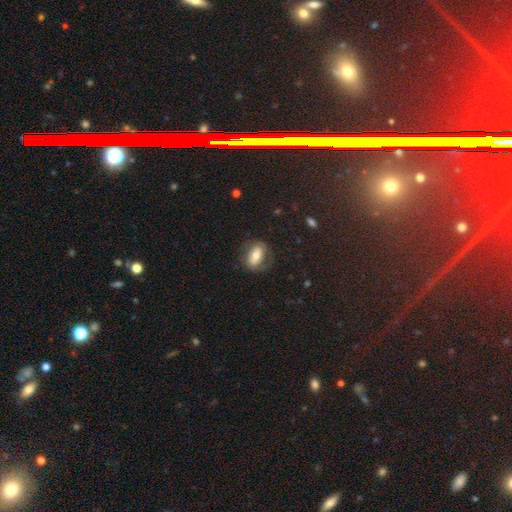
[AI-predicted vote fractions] Smooth or featured: smooth — 55% (featured or disk — 37%)
How rounded: in between — 82% (round — 14%)
Merging: none — 69% (minor disturbance — 18%)